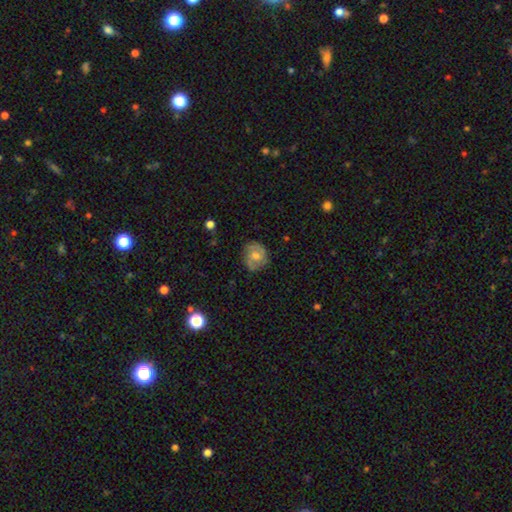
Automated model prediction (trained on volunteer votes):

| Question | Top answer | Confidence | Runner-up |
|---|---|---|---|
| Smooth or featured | featured or disk | 56% | smooth (35%) |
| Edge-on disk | no | 97% | yes (3%) |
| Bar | no | 60% | weak (33%) |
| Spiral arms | yes | 82% | no (18%) |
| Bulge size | moderate | 62% | small (28%) |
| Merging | none | 74% | minor disturbance (19%) |